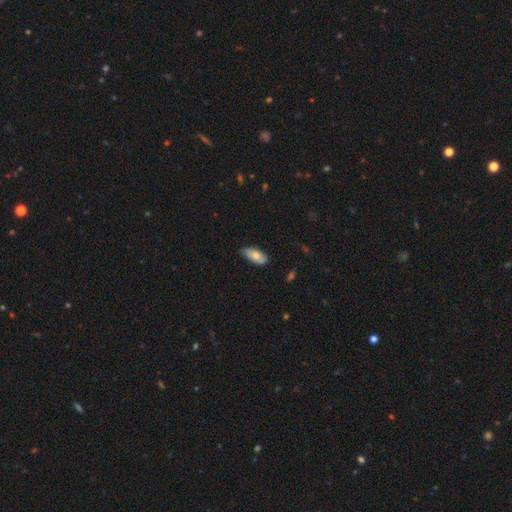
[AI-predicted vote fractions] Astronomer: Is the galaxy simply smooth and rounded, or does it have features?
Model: smooth — 72%.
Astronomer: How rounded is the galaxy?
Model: in between — 88%.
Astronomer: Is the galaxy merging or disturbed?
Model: none — 65%.